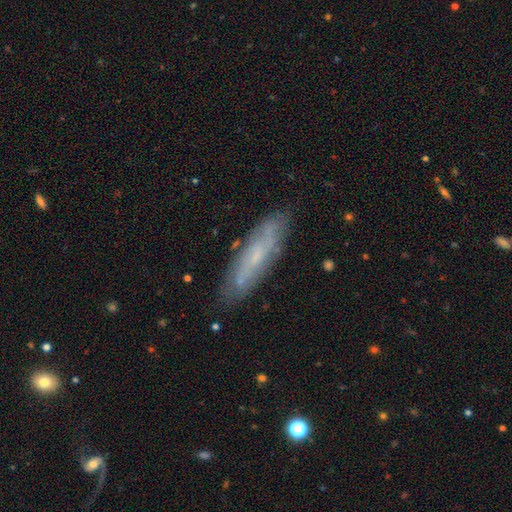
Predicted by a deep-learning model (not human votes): Smooth or featured?
  - featured or disk: 54% *
  - smooth: 37%
  - star or artifact: 8%
Edge-on disk?
  - no: 57% *
  - yes: 43%
Merging?
  - none: 82% *
  - minor disturbance: 13%
  - major disturbance: 3%
  - merger: 2%